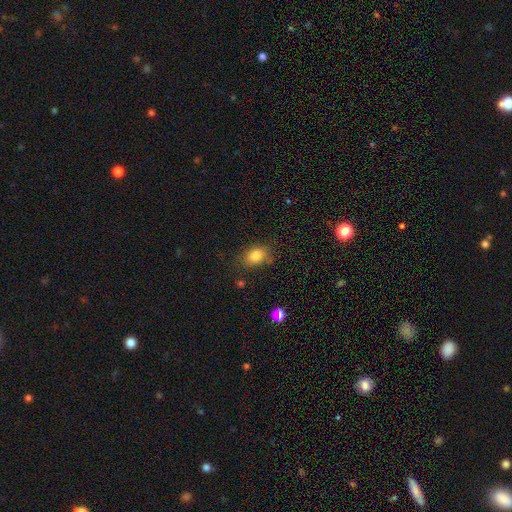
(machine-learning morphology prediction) smooth_or_featured: smooth (p=0.82) [alt: star or artifact p=0.10]
how_rounded: in between (p=0.71) [alt: round p=0.27]
merging: none (p=0.77) [alt: minor disturbance p=0.16]